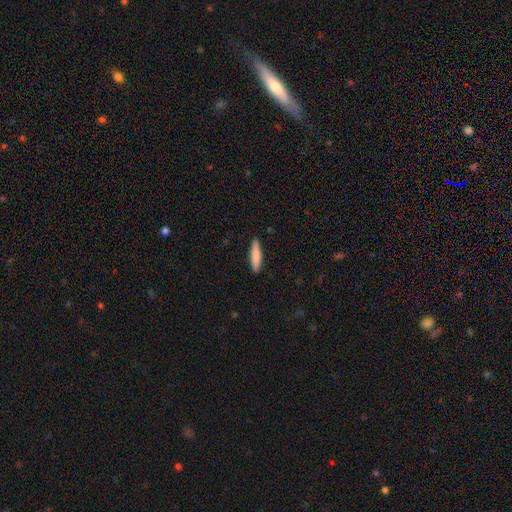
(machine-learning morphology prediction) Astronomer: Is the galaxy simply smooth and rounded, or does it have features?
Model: smooth — 81%.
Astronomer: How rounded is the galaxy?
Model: cigar-shaped — 88%.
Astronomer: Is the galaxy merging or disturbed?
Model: none — 90%.